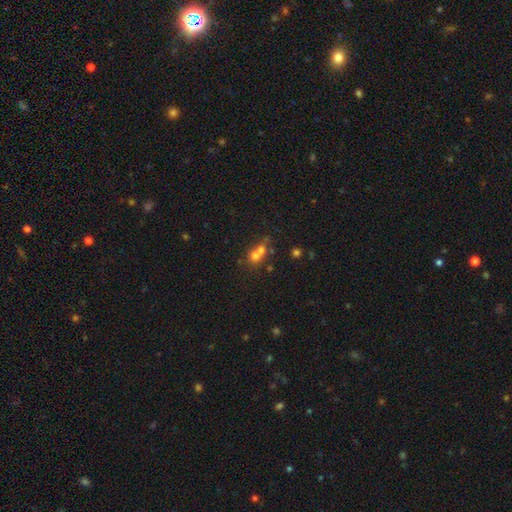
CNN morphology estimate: This appears to be a smooth galaxy with no disk features (63%) that is round (75%). Merging: merger (61%).